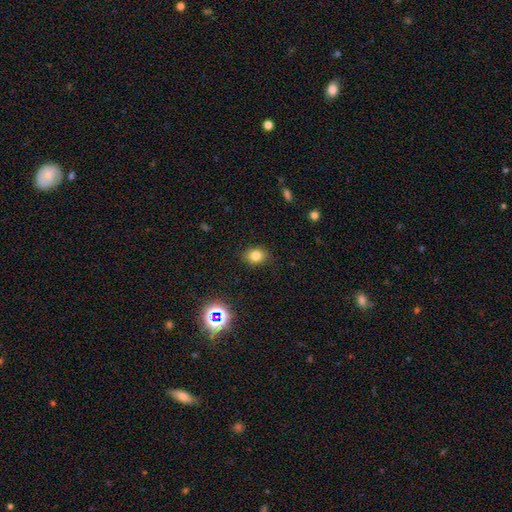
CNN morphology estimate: Smooth or featured? Predicted: smooth (p=0.79). How rounded? Predicted: in between (p=0.51). Merging? Predicted: none (p=0.86).